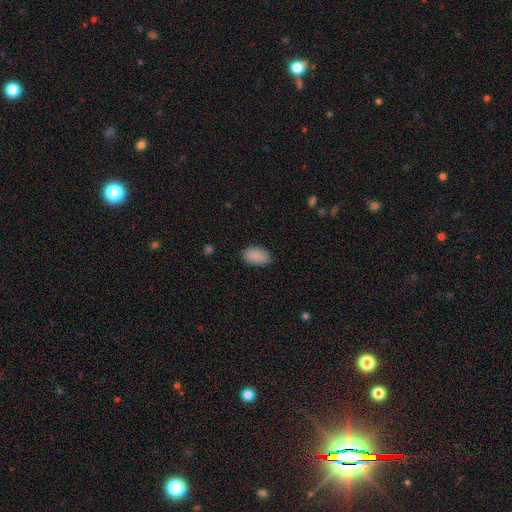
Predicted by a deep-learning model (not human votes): Morphology: type=smooth (87%); roundness=in between (93%); merging=none (83%).